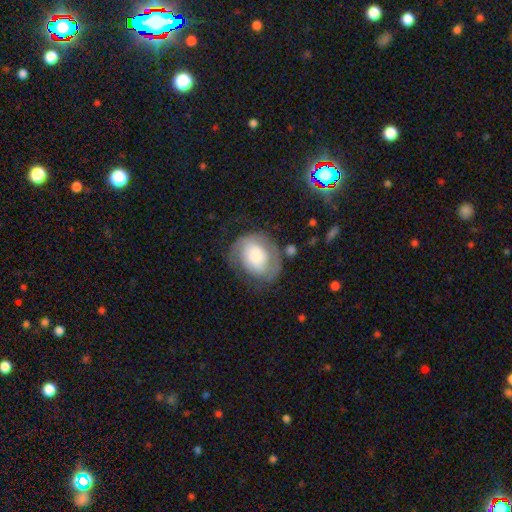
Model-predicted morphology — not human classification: Smooth or featured? Predicted: smooth (p=0.47). Merging? Predicted: none (p=0.52).